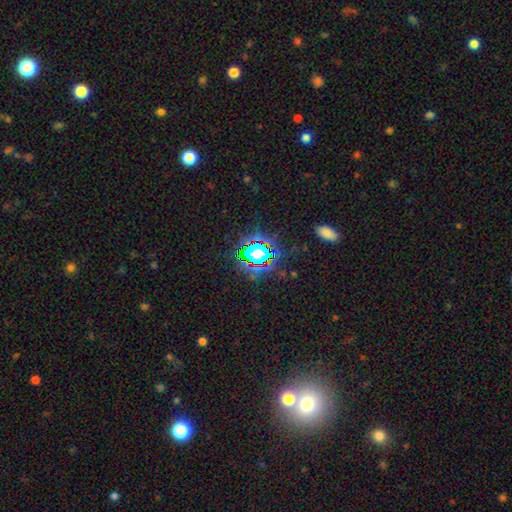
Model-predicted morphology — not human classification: smooth-or-featured: star or artifact: 67% | smooth: 21% | featured or disk: 12%